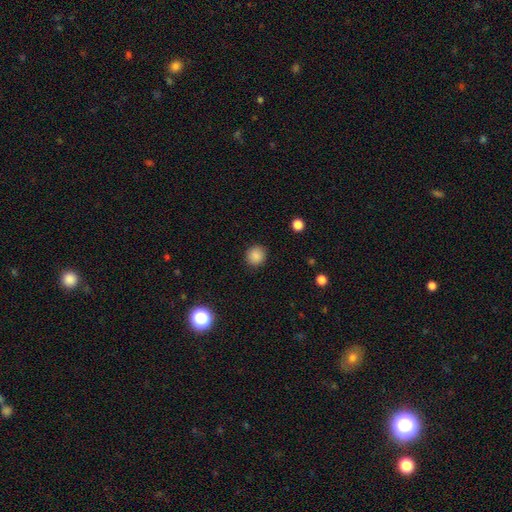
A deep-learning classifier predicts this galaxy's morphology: Smooth or featured? Predicted: smooth (p=0.87). How rounded? Predicted: round (p=0.89). Merging? Predicted: none (p=0.90).